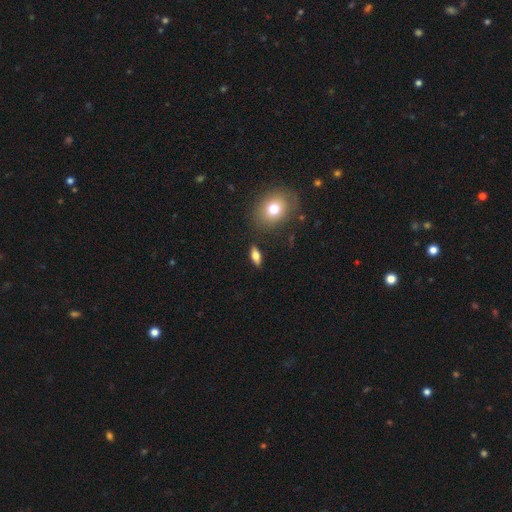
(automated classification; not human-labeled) Q: Smooth or featured?
A: smooth (69%); runner-up: featured or disk (22%)
Q: How rounded?
A: in between (76%); runner-up: cigar-shaped (17%)
Q: Merging?
A: none (85%); runner-up: minor disturbance (10%)